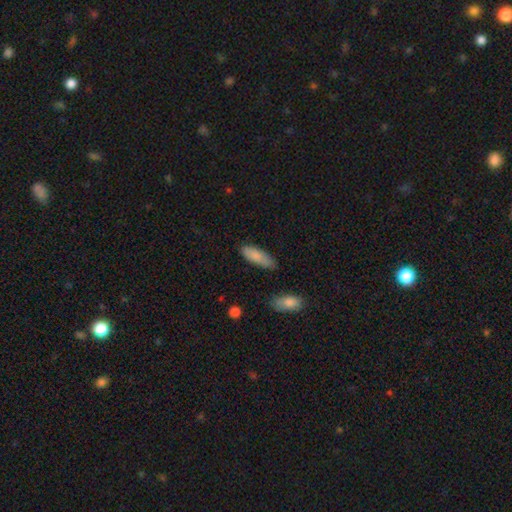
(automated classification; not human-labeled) smooth 83%, featured or disk 11%, star or artifact 6%. Down the decision tree: how rounded — in between (66%); merging — none (72%).